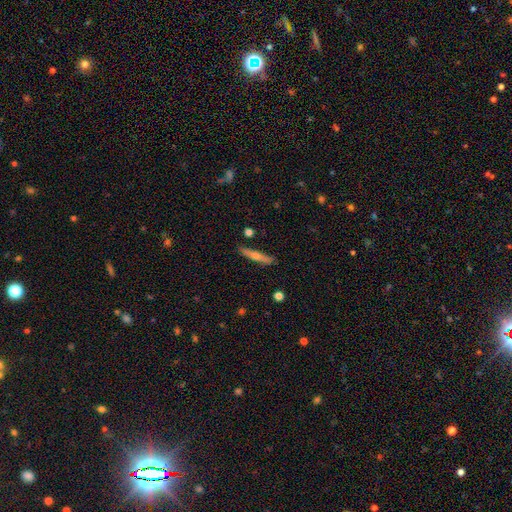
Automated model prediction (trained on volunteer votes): featured or disk 52%, smooth 41%, star or artifact 7%. Down the decision tree: edge-on disk — yes (95%); merging — none (86%).